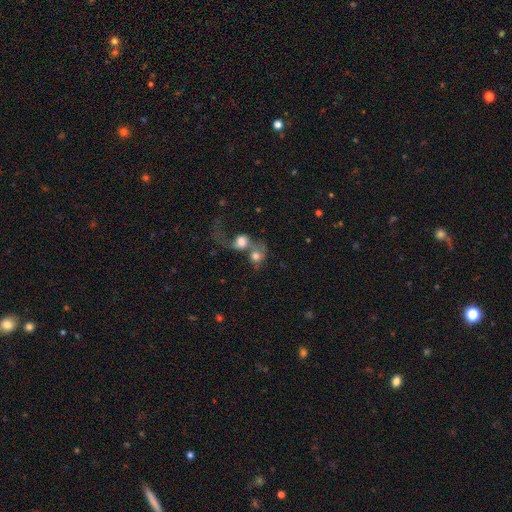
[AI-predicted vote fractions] Q: Smooth or featured?
A: smooth (63%); runner-up: featured or disk (27%)
Q: How rounded?
A: round (63%); runner-up: in between (35%)
Q: Merging?
A: merger (76%); runner-up: major disturbance (11%)